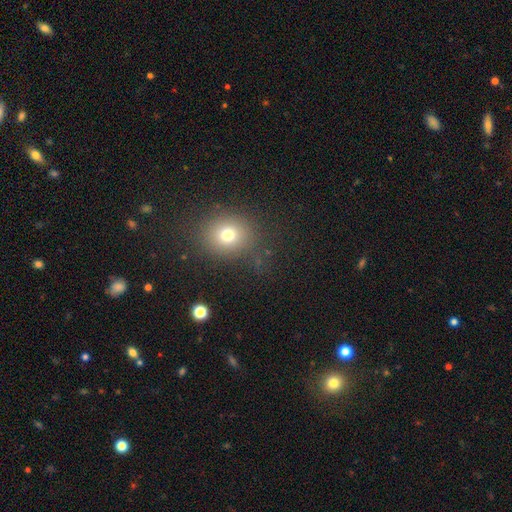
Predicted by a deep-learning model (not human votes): Smooth or featured? Predicted: smooth (p=0.65). How rounded? Predicted: round (p=0.73). Merging? Predicted: none (p=0.85).